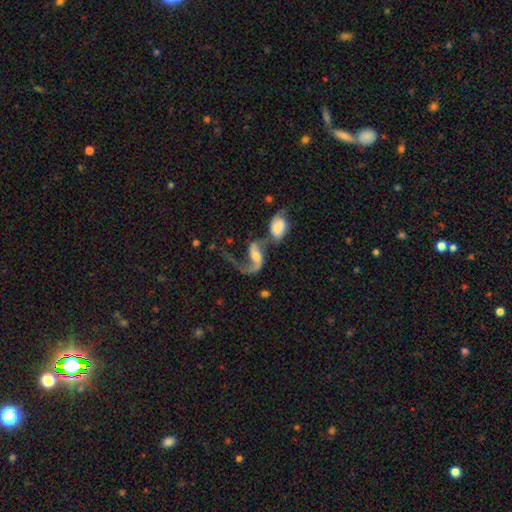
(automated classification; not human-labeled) Smooth or featured? featured or disk (80%)
Edge-on disk? no (96%)
Bar? weak (40%)
Spiral arms? yes (92%)
Spiral winding? loose (81%)
Spiral arm count? 2 (66%)
Bulge size? moderate (46%)
Merging? merger (49%)